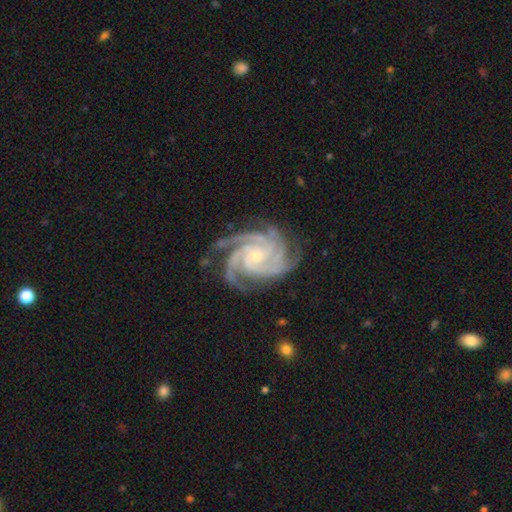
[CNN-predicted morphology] Smooth or featured?
  - featured or disk: 93% *
  - star or artifact: 4%
  - smooth: 3%
Edge-on disk?
  - no: 98% *
  - yes: 2%
Bar?
  - no: 67% *
  - weak: 23%
  - strong: 10%
Spiral arms?
  - yes: 99% *
  - no: 1%
Spiral winding?
  - tight: 73% *
  - medium: 25%
  - loose: 2%
Spiral arm count?
  - 4: 52% *
  - 3: 21%
  - more than 4: 11%
  - can't tell: 6%
  - 2: 6%
  - 1: 5%
Bulge size?
  - small: 73% *
  - moderate: 23%
  - none: 1%
  - large: 1%
  - dominant: 1%
Merging?
  - none: 79% *
  - minor disturbance: 15%
  - major disturbance: 5%
  - merger: 1%